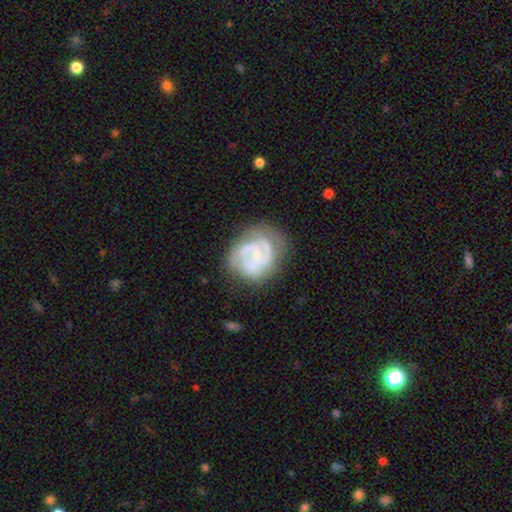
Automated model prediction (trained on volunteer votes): This appears to be a featured or disk galaxy (72%) with no bar (65%), 2 (36%) tight (53%) spiral arms (75%) and a small central bulge (65%). Merging: none (58%).